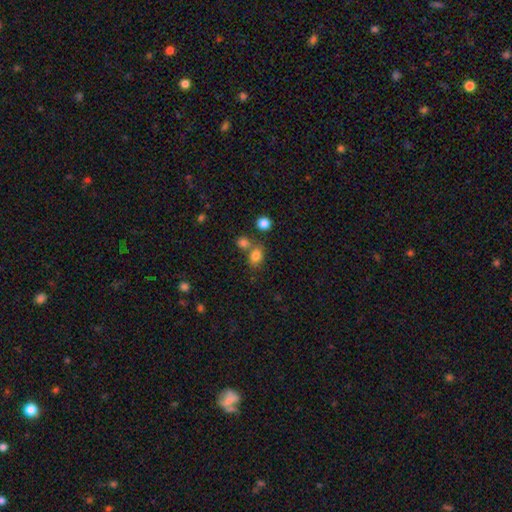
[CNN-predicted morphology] Smooth or featured? smooth (80%)
How rounded? in between (58%)
Merging? none (57%)